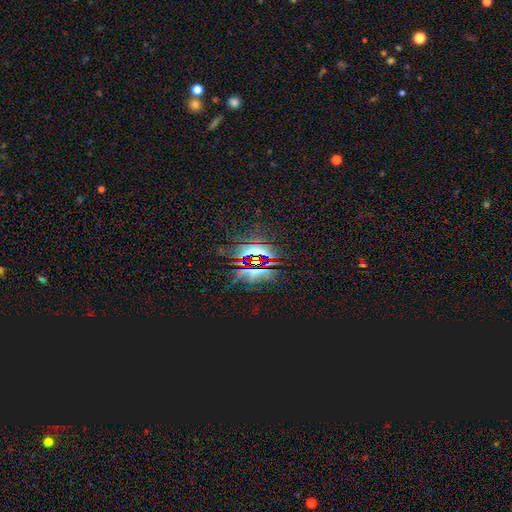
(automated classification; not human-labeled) smooth-or-featured: star or artifact: 74% | smooth: 15% | featured or disk: 11%